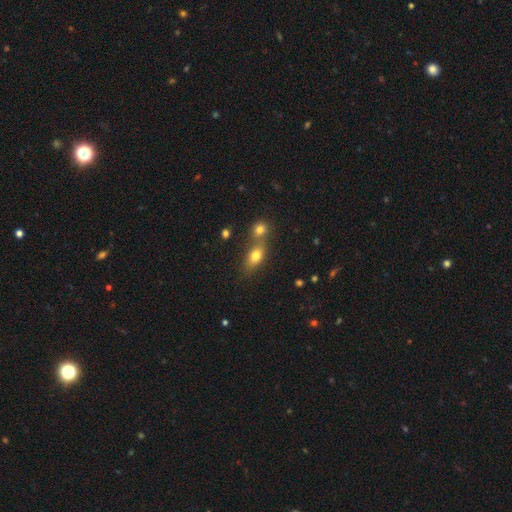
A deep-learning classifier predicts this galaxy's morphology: A smooth galaxy with no disk features (77%) that is in between round and cigar-shaped (74%). Merging: merger (45%).